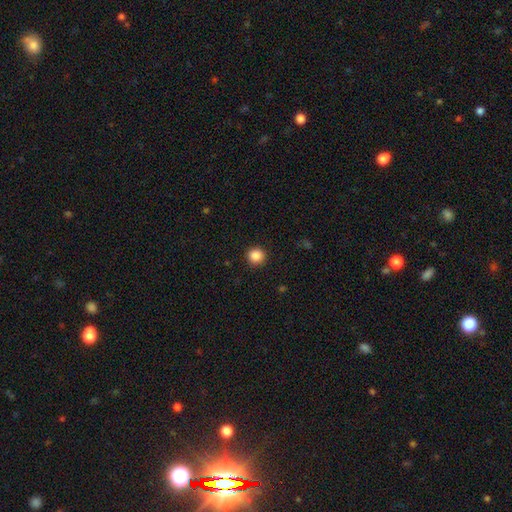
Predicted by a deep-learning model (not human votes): smooth_or_featured: smooth (p=0.87) [alt: star or artifact p=0.10]
how_rounded: round (p=0.94) [alt: in between p=0.05]
merging: none (p=0.92) [alt: minor disturbance p=0.05]